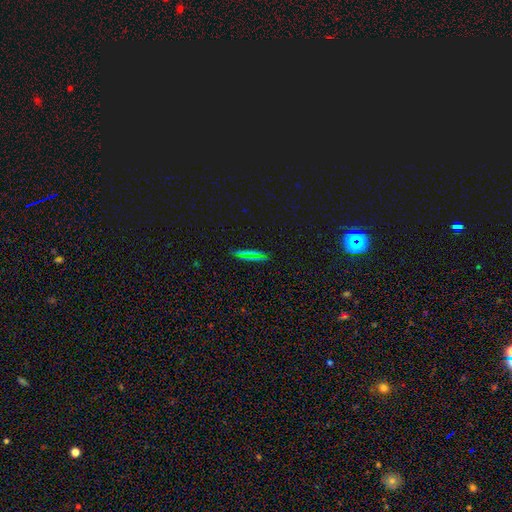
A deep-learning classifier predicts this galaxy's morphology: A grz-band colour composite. It shows a smooth galaxy with no disk features (53%) that is cigar-shaped (69%). Merging: none (85%).